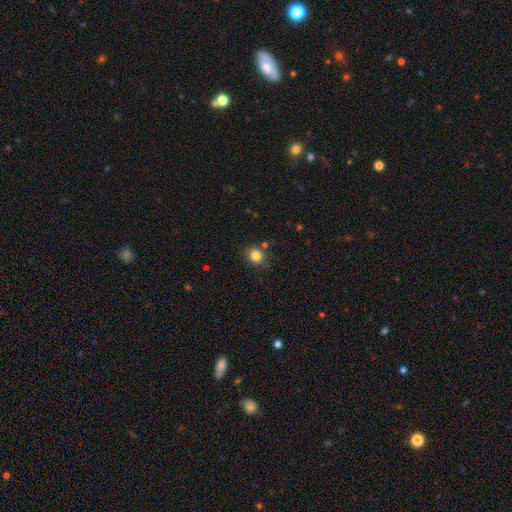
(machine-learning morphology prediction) Smooth or featured: smooth — 83% (star or artifact — 11%)
How rounded: round — 68% (in between — 31%)
Merging: none — 79% (minor disturbance — 12%)